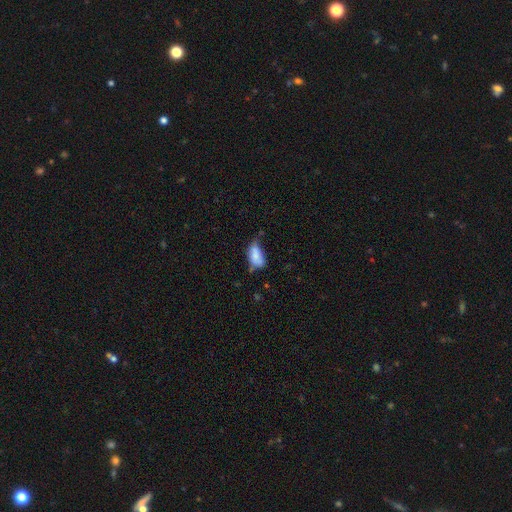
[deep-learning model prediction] Smooth or featured? Predicted: smooth (p=0.75). How rounded? Predicted: in between (p=0.92). Merging? Predicted: minor disturbance (p=0.42).